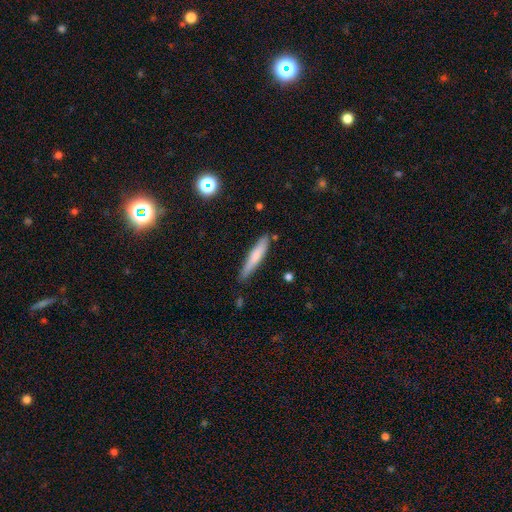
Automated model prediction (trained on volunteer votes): Q: Smooth or featured?
A: smooth (71%); runner-up: featured or disk (23%)
Q: How rounded?
A: cigar-shaped (90%); runner-up: in between (9%)
Q: Merging?
A: none (81%); runner-up: minor disturbance (15%)